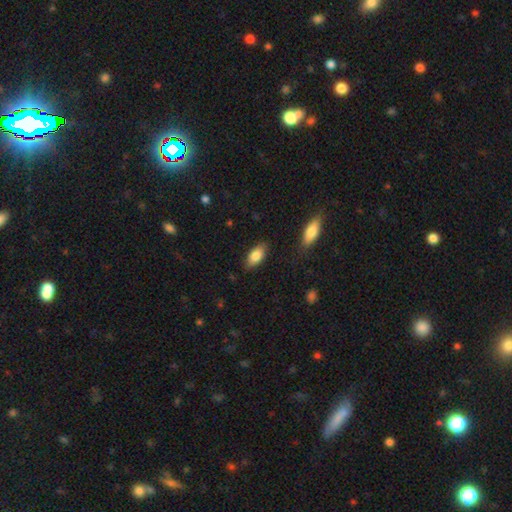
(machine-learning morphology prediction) type=smooth (83%); roundness=in between (90%); merging=none (84%).